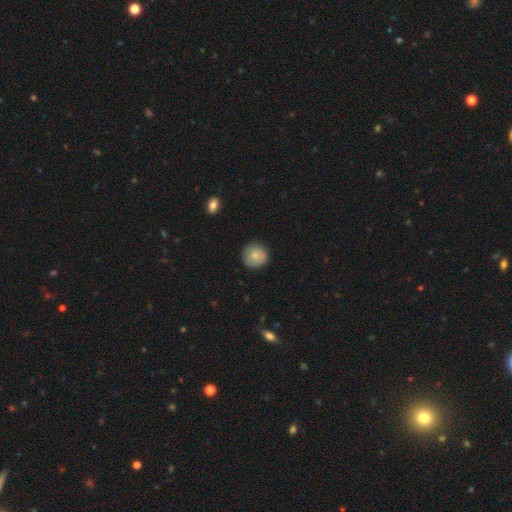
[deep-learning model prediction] This is clearly a smooth galaxy (81%). How rounded: clearly round (94%). Merging: clearly none (85%).